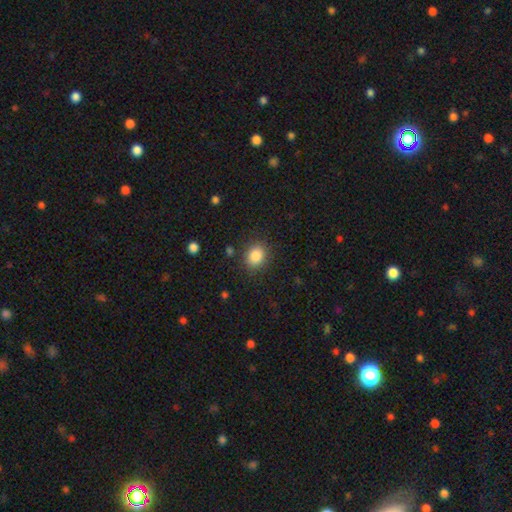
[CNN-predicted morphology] Smooth or featured? smooth (86%)
How rounded? round (58%)
Merging? none (85%)